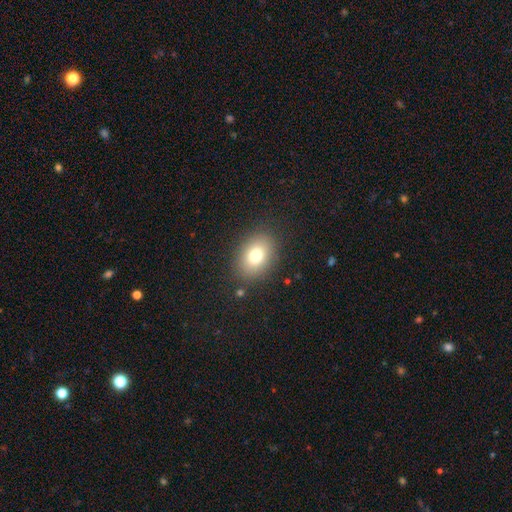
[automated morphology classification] Overall: smooth (77%). How rounded: in between (70%). Merging: none (86%).